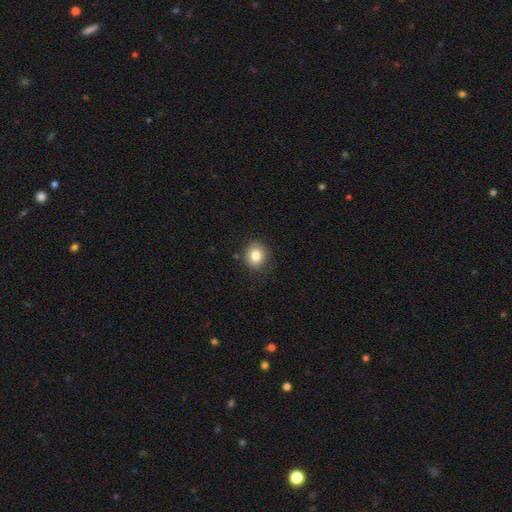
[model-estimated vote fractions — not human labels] smooth 82%, star or artifact 10%, featured or disk 8%. Down the decision tree: how rounded — round (80%); merging — none (85%).